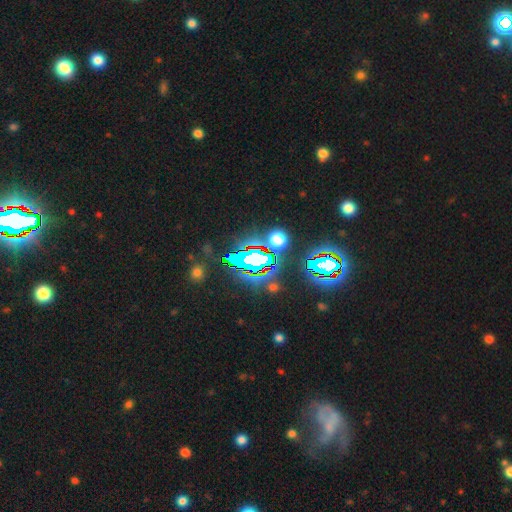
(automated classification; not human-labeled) Morphology: type=star or artifact (77%).